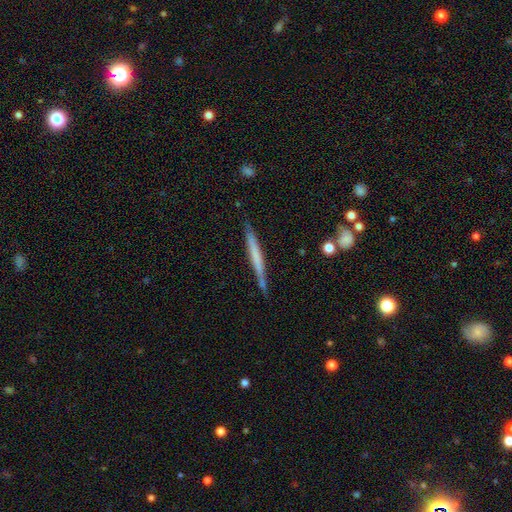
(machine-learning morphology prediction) Overall: smooth (49%; featured or disk 46%). Merging: none (81%).